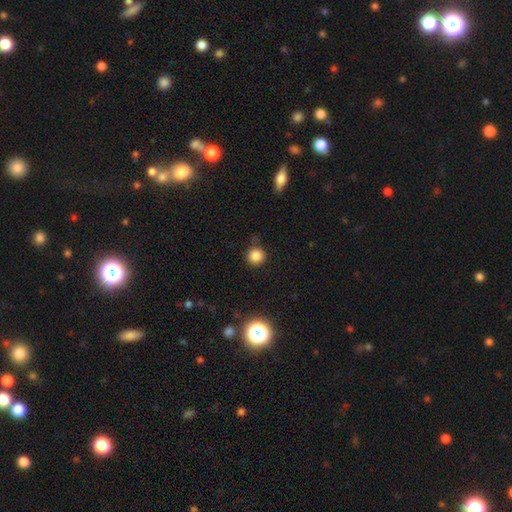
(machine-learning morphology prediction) type=smooth (82%); roundness=round (93%); merging=none (82%).